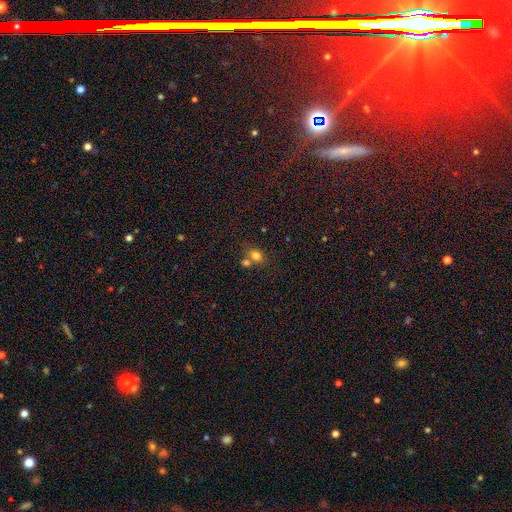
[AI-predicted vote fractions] Smooth or featured? smooth (79%)
How rounded? round (51%)
Merging? none (48%)